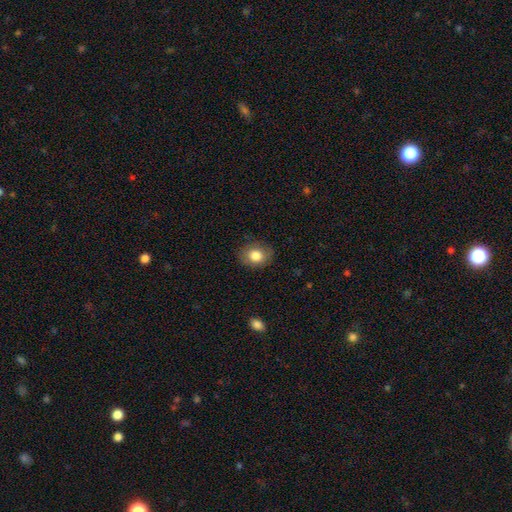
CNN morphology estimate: type=smooth (82%); roundness=round (53%); merging=none (83%).